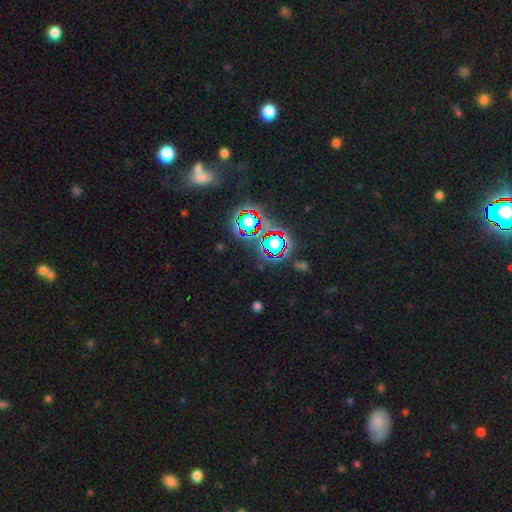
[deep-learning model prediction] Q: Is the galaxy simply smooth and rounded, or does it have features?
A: star or artifact — 75%.